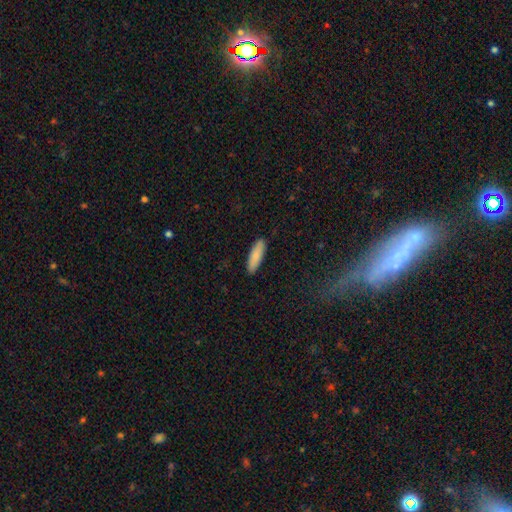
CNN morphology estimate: Smooth or featured: smooth — 84% (featured or disk — 10%)
How rounded: cigar-shaped — 54% (in between — 44%)
Merging: none — 90% (minor disturbance — 7%)